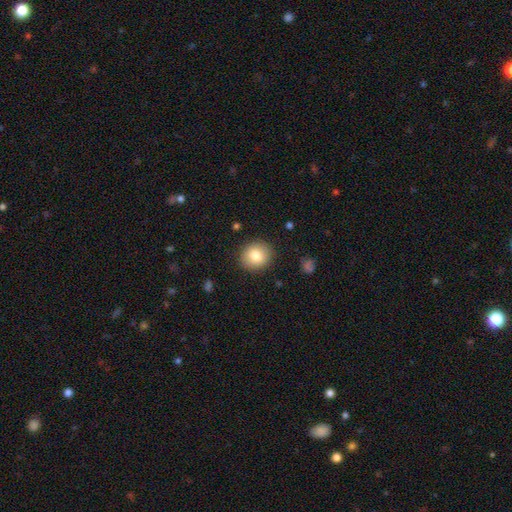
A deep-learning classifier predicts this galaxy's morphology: Smooth or featured? Predicted: smooth (p=0.81). How rounded? Predicted: round (p=0.82). Merging? Predicted: none (p=0.89).